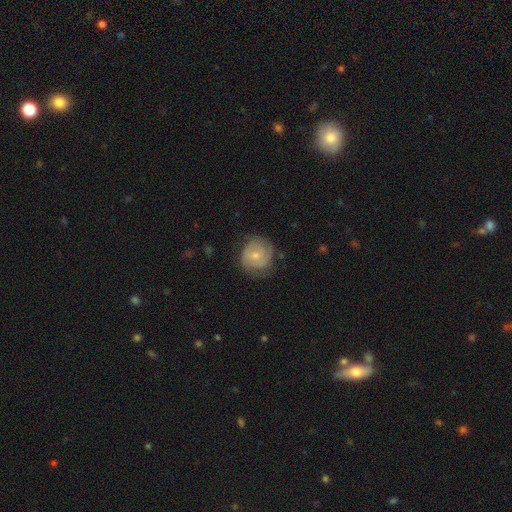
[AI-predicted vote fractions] A featured or disk galaxy (53%) with no bar (71%), spiral arms (78%) and a small central bulge (49%).

Vote fractions:
- Smooth or featured? featured or disk: 53% / smooth: 41% / star or artifact: 6%
- Edge-on disk? no: 98% / yes: 2%
- Bar? no: 71% / weak: 25% / strong: 4%
- Spiral arms? yes: 78% / no: 22%
- Bulge size? small: 49% / moderate: 46% / none: 2% / large: 2% / dominant: 1%
- Merging? none: 67% / minor disturbance: 24% / major disturbance: 8% / merger: 1%